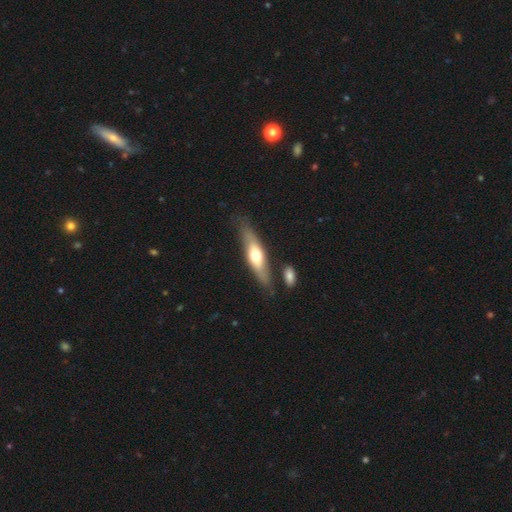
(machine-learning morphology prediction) featured or disk 49%, smooth 46%, star or artifact 5%. Down the decision tree: merging — none (73%).